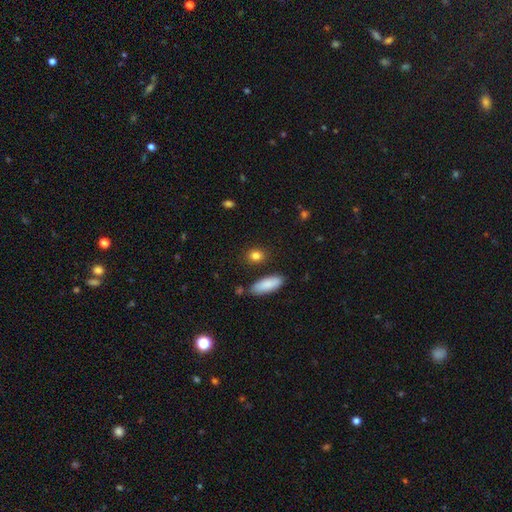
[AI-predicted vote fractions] Morphology: type=smooth (86%); roundness=in between (52%); merging=none (84%).